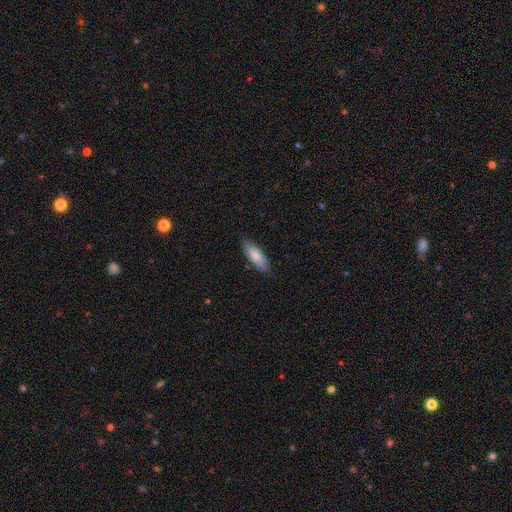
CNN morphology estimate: Smooth or featured?
  - smooth: 83% *
  - featured or disk: 11%
  - star or artifact: 6%
How rounded?
  - in between: 59% *
  - cigar-shaped: 40%
  - round: 1%
Merging?
  - none: 85% *
  - minor disturbance: 12%
  - major disturbance: 2%
  - merger: 1%